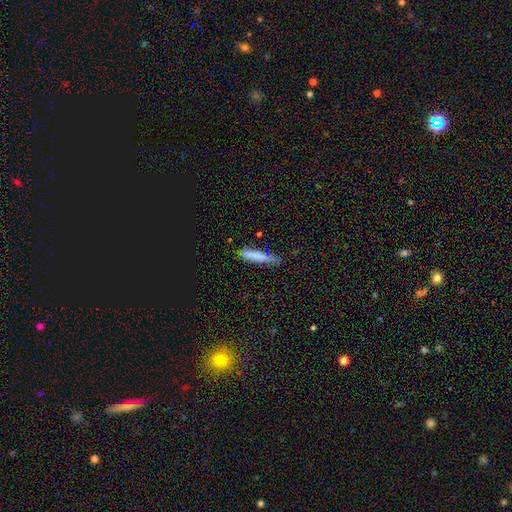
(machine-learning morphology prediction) Smooth or featured: smooth — 76% (featured or disk — 14%)
How rounded: cigar-shaped — 87% (in between — 12%)
Merging: none — 64% (minor disturbance — 27%)